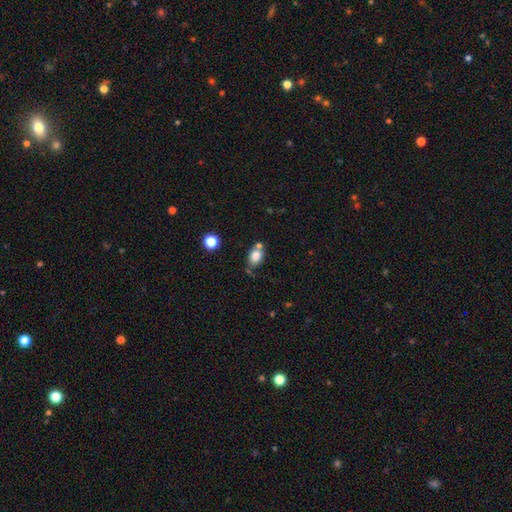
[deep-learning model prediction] The model was most divided on "how rounded": in between: 67%, round: 31%, cigar-shaped: 1%. More confident: smooth or featured — smooth (80%); merging — none (58%).